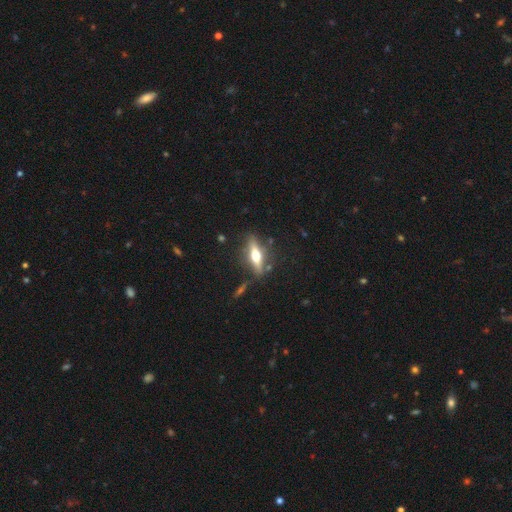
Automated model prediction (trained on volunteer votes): This is possibly a featured or disk galaxy (58%). It is clearly viewed edge-on (90%). Edge-on bulge: clearly rounded (95%). Merging: clearly none (80%).